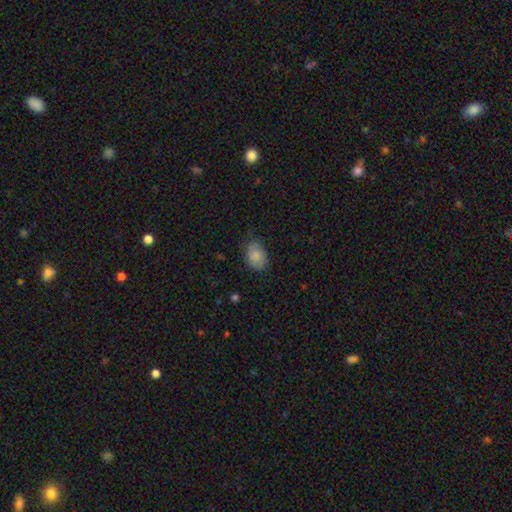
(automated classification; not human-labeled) Overall: smooth (81%). How rounded: in between (78%). Merging: none (71%).